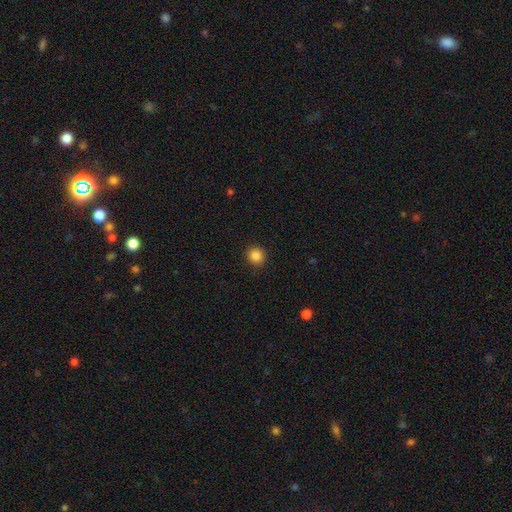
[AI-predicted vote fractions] A smooth galaxy with no disk features (86%) that is round (91%). Merging: none (91%).